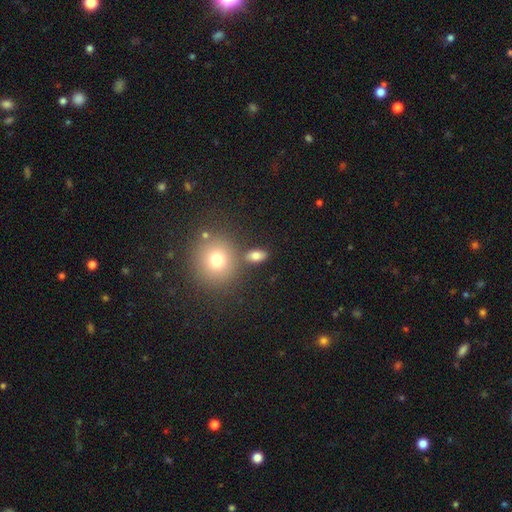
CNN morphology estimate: Smooth or featured? smooth (79%)
How rounded? in between (78%)
Merging? none (76%)